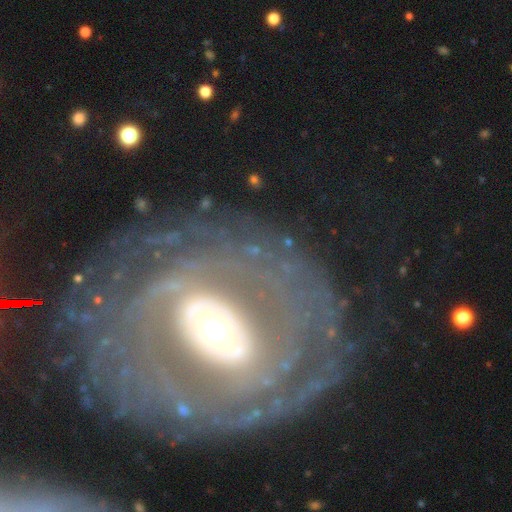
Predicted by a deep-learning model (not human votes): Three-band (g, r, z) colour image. It shows a featured or disk galaxy (78%) with no bar (59%), spiral arms (65%) and a moderate central bulge (57%). Merging: none (71%).